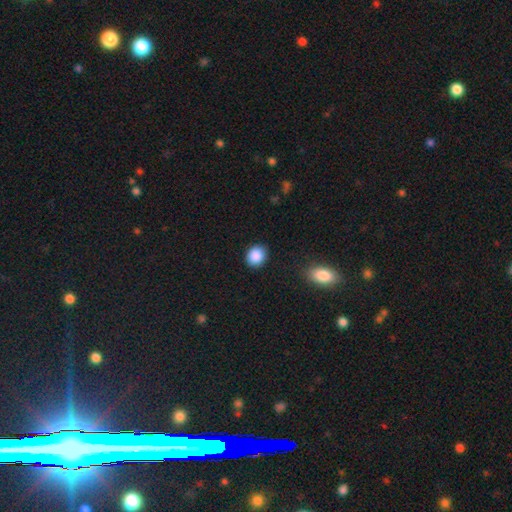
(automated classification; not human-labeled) A smooth galaxy with no disk features (89%) that is round (68%).

Vote fractions:
- Smooth or featured? smooth: 89% / star or artifact: 8% / featured or disk: 3%
- How rounded? round: 68% / in between: 31% / cigar-shaped: 1%
- Merging? none: 88% / minor disturbance: 9% / major disturbance: 2% / merger: 1%